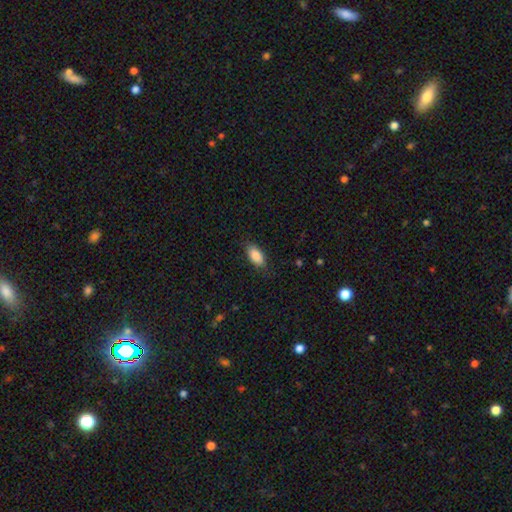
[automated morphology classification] type=smooth (89%); roundness=in between (91%); merging=none (83%).